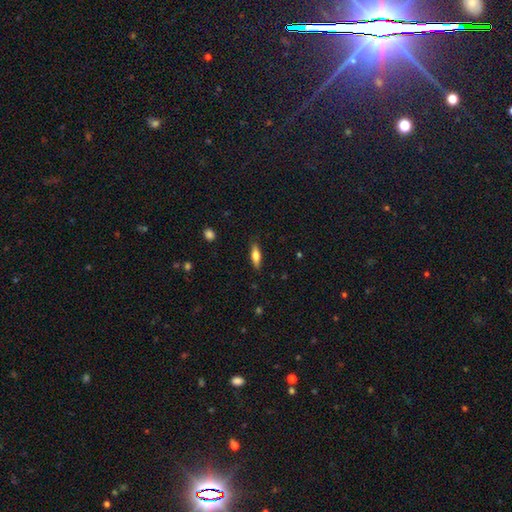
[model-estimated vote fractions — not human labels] Smooth or featured? smooth (66%)
How rounded? in between (52%)
Merging? none (86%)